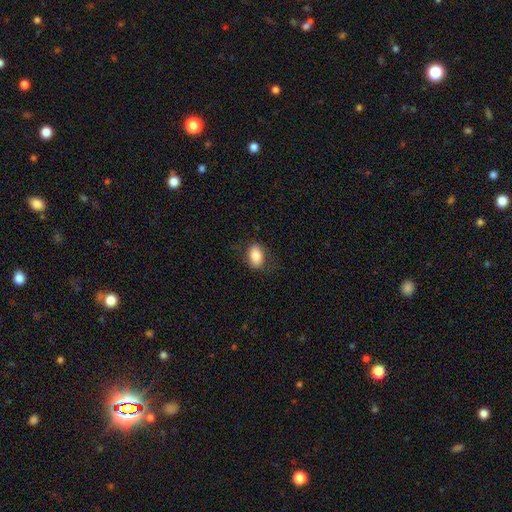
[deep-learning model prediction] smooth 81%, featured or disk 12%, star or artifact 7%. Down the decision tree: how rounded — in between (87%); merging — none (76%).